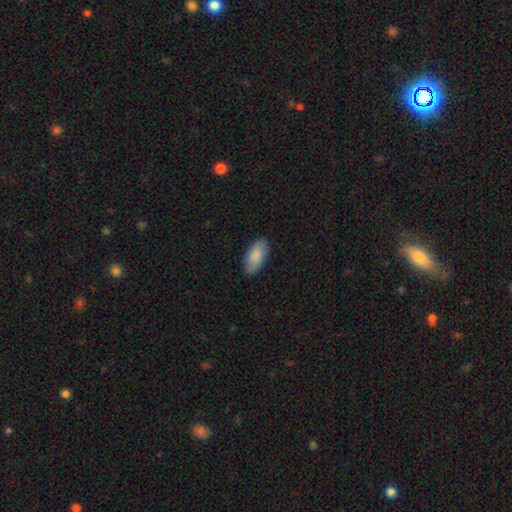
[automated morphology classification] Overall: smooth (85%). How rounded: in between (93%). Merging: none (86%).